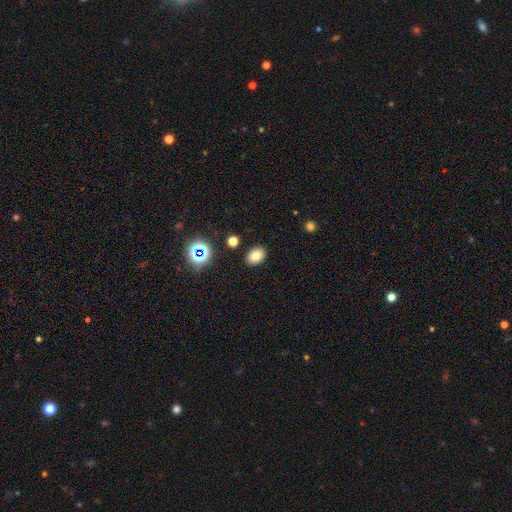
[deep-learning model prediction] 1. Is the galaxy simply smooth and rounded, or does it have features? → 76% smooth, 15% star or artifact, 9% featured or disk.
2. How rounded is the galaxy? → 77% in between, 22% round, 1% cigar-shaped.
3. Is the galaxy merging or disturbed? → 88% none, 8% minor disturbance, 2% major disturbance, 2% merger.